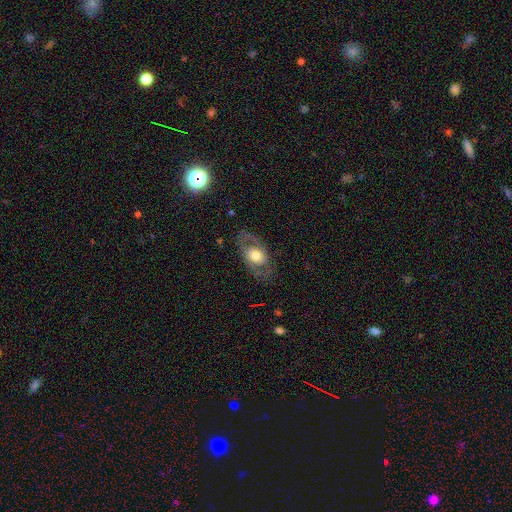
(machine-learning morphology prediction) Q: Smooth or featured?
A: featured or disk (59%); runner-up: smooth (35%)
Q: Edge-on disk?
A: no (89%); runner-up: yes (11%)
Q: Bar?
A: no (79%); runner-up: weak (16%)
Q: Spiral arms?
A: no (55%); runner-up: yes (45%)
Q: Bulge size?
A: moderate (53%); runner-up: large (36%)
Q: Merging?
A: none (73%); runner-up: minor disturbance (15%)